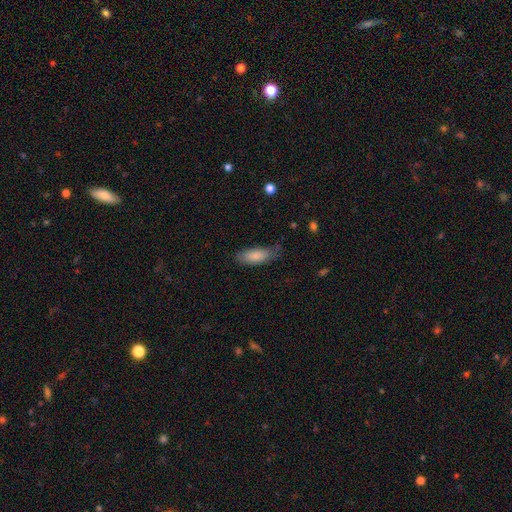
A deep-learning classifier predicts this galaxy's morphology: A smooth galaxy with no disk features (84%) that is in between round and cigar-shaped (75%). Merging: none (64%).